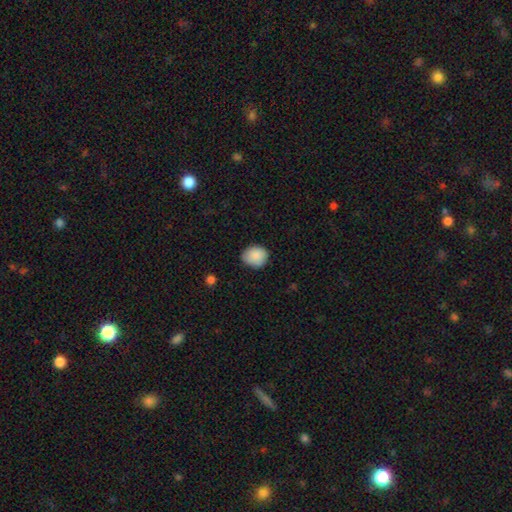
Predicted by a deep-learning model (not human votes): A smooth galaxy with no disk features (87%) that is round (67%). Merging: none (74%).